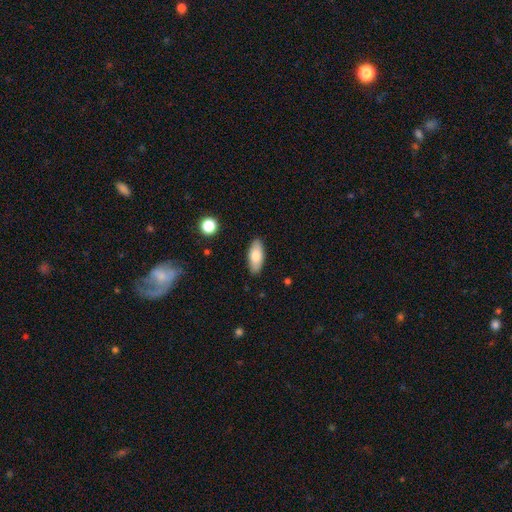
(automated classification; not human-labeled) This is likely a smooth galaxy (78%). How rounded: clearly in between (84%). Merging: clearly none (88%).